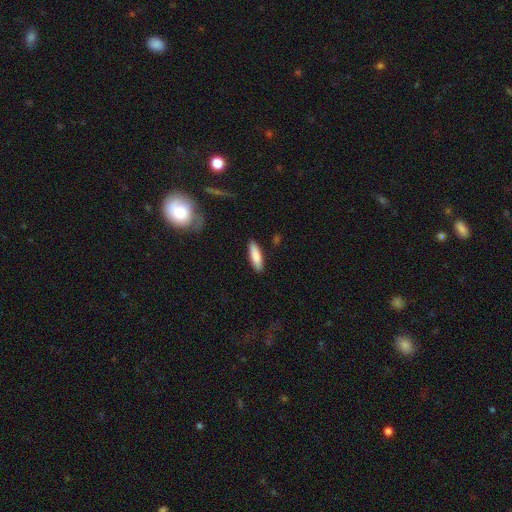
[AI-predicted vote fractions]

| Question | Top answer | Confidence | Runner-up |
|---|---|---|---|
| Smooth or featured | smooth | 85% | featured or disk (10%) |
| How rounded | cigar-shaped | 56% | in between (42%) |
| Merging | none | 89% | minor disturbance (8%) |